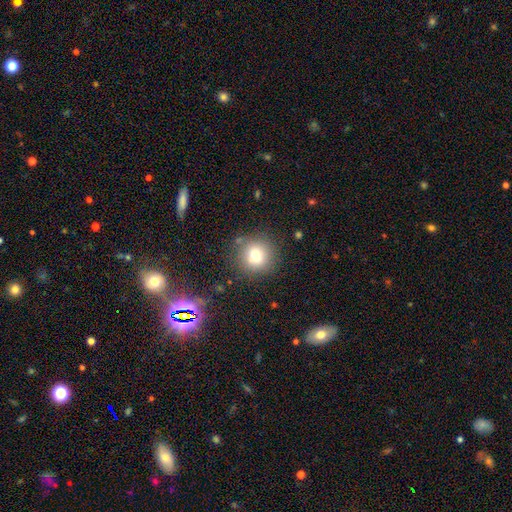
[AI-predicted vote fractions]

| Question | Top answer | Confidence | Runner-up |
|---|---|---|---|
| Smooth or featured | smooth | 74% | star or artifact (13%) |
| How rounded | round | 90% | in between (9%) |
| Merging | none | 82% | minor disturbance (11%) |